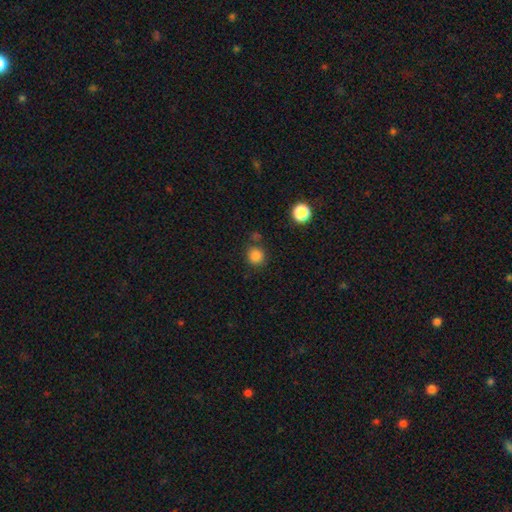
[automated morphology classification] Smooth or featured: smooth — 84% (star or artifact — 12%)
How rounded: round — 89% (in between — 10%)
Merging: none — 78% (minor disturbance — 11%)